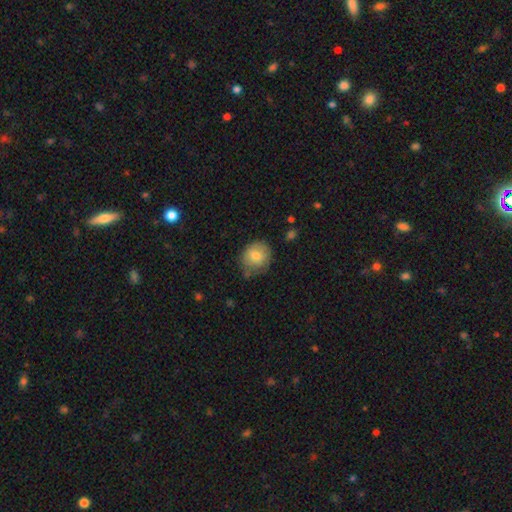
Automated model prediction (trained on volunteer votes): Smooth or featured? smooth (76%)
How rounded? round (76%)
Merging? none (64%)